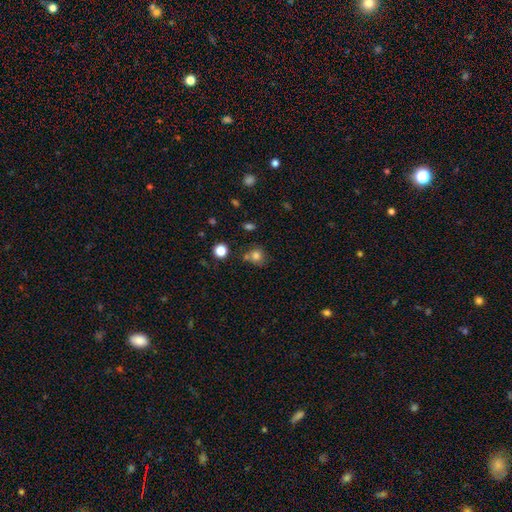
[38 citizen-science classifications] This is clearly a smooth galaxy (89%). How rounded: likely round (79%). Merging: possibly none (53%).